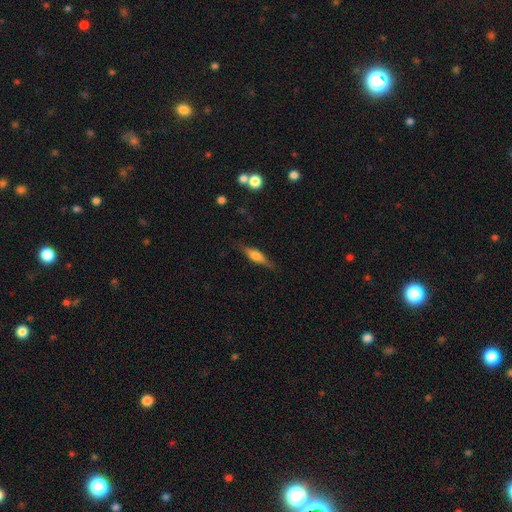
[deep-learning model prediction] Smooth or featured: featured or disk — 48% (smooth — 45%)
Merging: none — 81% (minor disturbance — 14%)